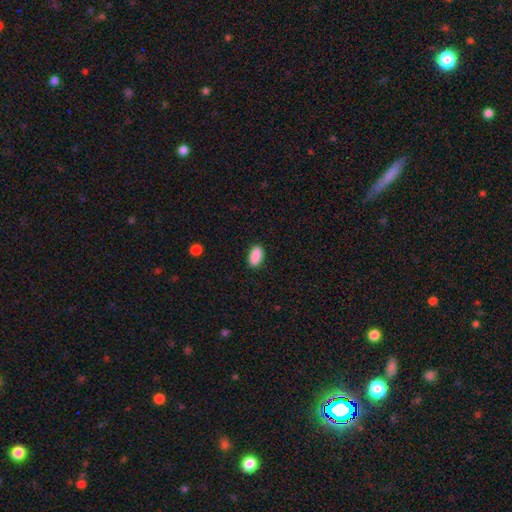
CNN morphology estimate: Q: Smooth or featured?
A: smooth (90%); runner-up: star or artifact (7%)
Q: How rounded?
A: in between (93%); runner-up: cigar-shaped (4%)
Q: Merging?
A: none (88%); runner-up: minor disturbance (9%)